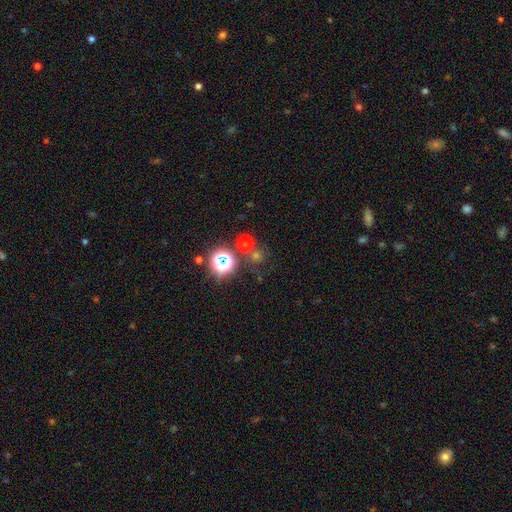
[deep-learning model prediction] Q: Smooth or featured?
A: star or artifact (46%); runner-up: smooth (45%)